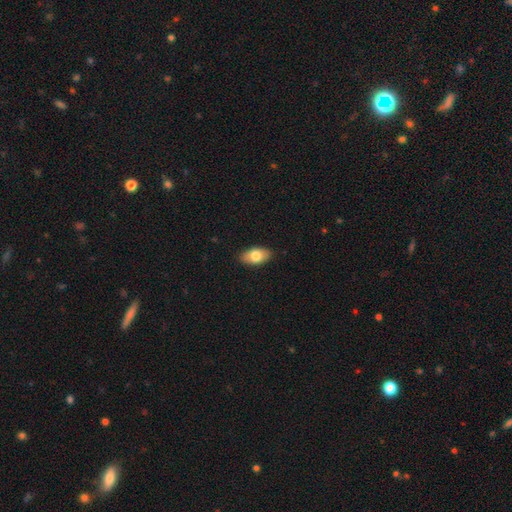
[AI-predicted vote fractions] This appears to be a smooth galaxy with no disk features (78%) that is in between round and cigar-shaped (93%). Merging: none (88%).